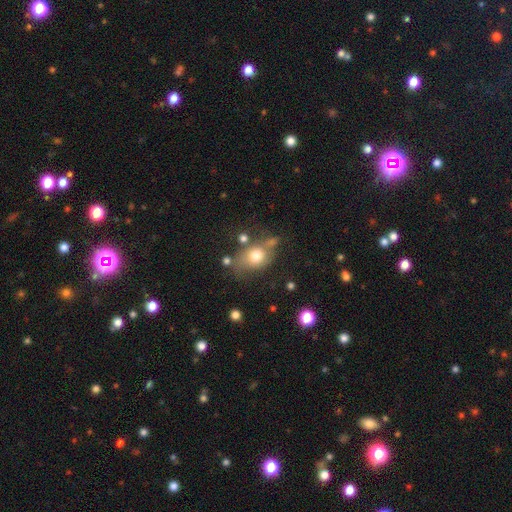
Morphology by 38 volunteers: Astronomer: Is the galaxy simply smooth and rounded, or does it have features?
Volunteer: smooth — 63%.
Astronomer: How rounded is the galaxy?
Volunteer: in between — 62%.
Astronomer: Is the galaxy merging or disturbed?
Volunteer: major disturbance — 29% (runner-up: none, 26%).